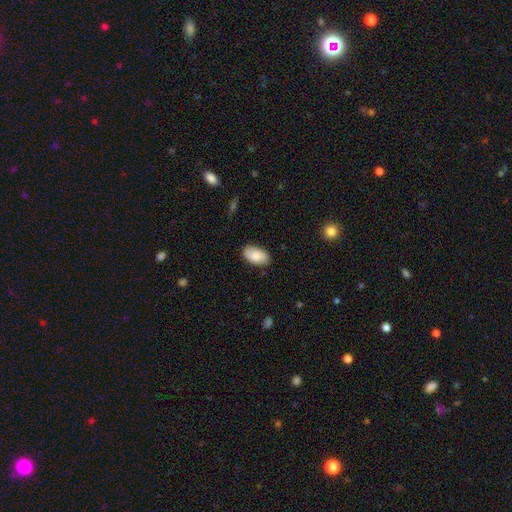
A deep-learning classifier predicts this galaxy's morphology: The model was most divided on "merging": none: 85%, minor disturbance: 12%, major disturbance: 2%, merger: 1%. More confident: how rounded — in between (95%); smooth or featured — smooth (86%).